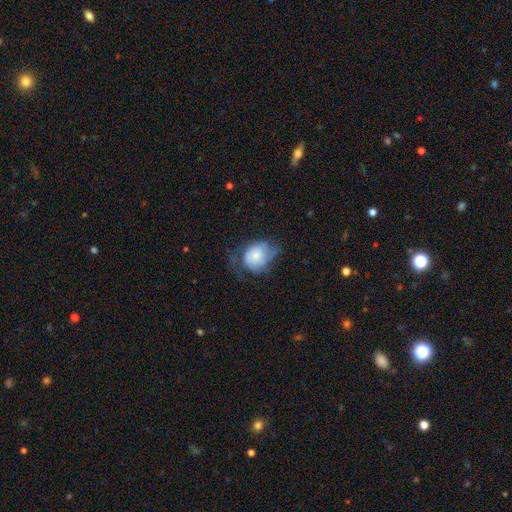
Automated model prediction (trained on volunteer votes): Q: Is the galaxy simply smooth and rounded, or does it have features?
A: smooth — 52%.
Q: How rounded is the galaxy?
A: in between — 54%.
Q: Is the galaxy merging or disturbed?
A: none — 35%.